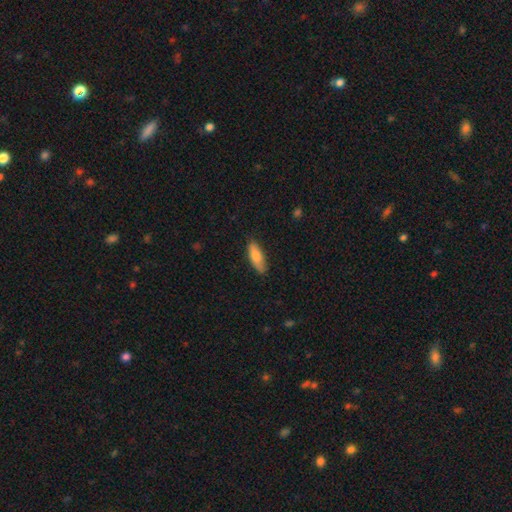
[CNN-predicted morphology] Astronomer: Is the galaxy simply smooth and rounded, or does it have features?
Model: smooth — 80%.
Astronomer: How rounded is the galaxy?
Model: in between — 61% (runner-up: cigar-shaped, 38%).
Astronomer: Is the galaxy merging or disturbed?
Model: none — 82%.